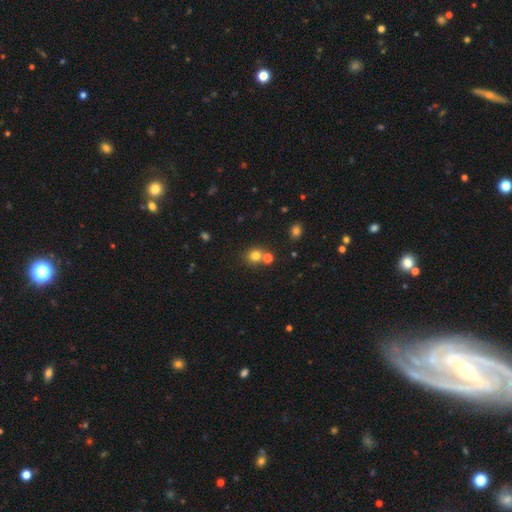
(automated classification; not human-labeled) Smooth or featured? Predicted: smooth (p=0.78). How rounded? Predicted: round (p=0.82). Merging? Predicted: none (p=0.61).